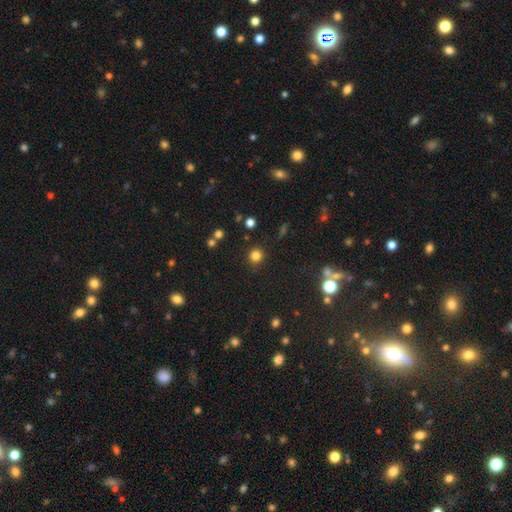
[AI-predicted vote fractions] Morphology: type=smooth (81%); roundness=round (92%); merging=none (89%).